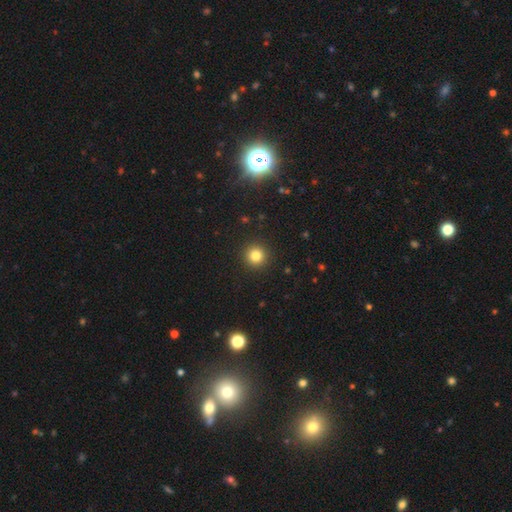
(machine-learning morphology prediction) A smooth galaxy with no disk features (82%) that is round (95%).

Vote fractions:
- Smooth or featured? smooth: 82% / star or artifact: 13% / featured or disk: 5%
- How rounded? round: 95% / in between: 4% / cigar-shaped: 1%
- Merging? none: 92% / minor disturbance: 5% / major disturbance: 2% / merger: 1%